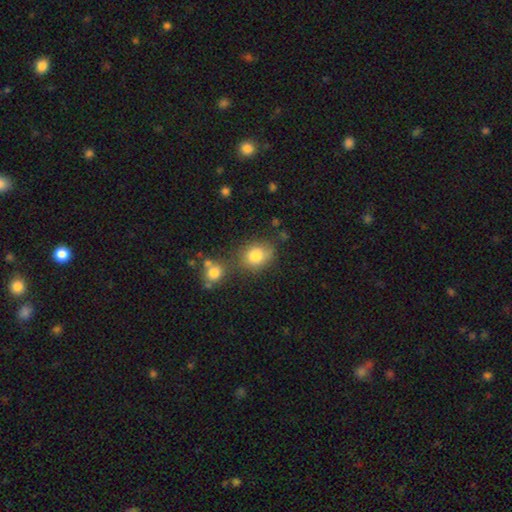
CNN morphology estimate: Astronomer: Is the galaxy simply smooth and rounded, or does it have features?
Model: smooth — 81%.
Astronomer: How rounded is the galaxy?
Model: round — 58% (runner-up: in between, 41%).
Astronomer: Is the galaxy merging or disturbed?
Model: none — 60%.